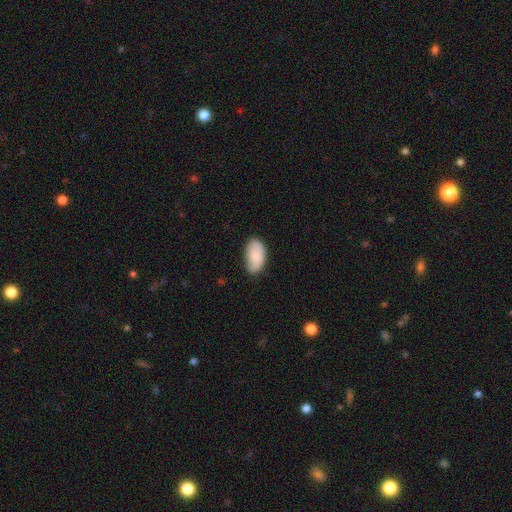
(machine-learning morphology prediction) smooth 82%, featured or disk 12%, star or artifact 6%. Down the decision tree: how rounded — in between (95%); merging — none (66%).